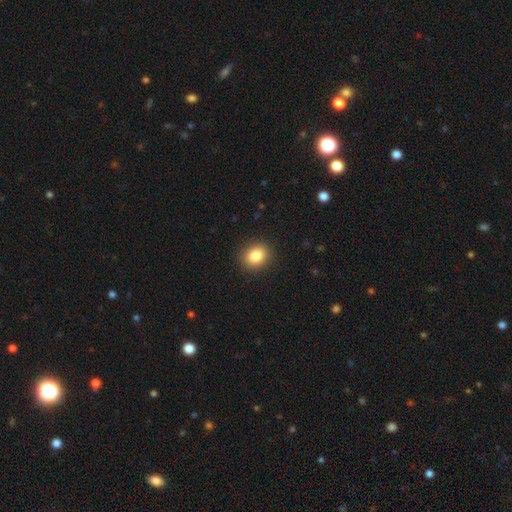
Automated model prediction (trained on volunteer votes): This is clearly a smooth galaxy (85%). How rounded: possibly round (58%). Merging: clearly none (91%).